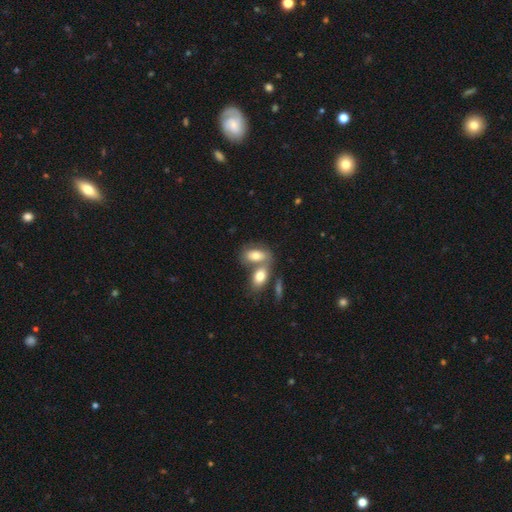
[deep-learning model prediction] Morphology: type=smooth (71%); roundness=in between (90%); merging=merger (53%).